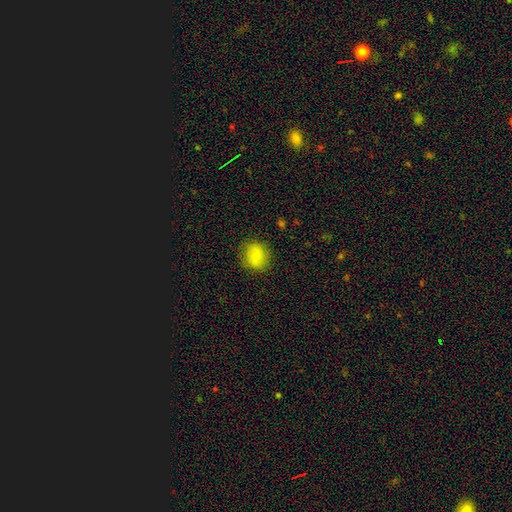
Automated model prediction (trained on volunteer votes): A smooth galaxy with no disk features (80%) that is round (77%).

Vote fractions:
- Smooth or featured? smooth: 80% / featured or disk: 11% / star or artifact: 9%
- How rounded? round: 77% / in between: 22% / cigar-shaped: 1%
- Merging? none: 85% / minor disturbance: 11% / major disturbance: 3% / merger: 1%